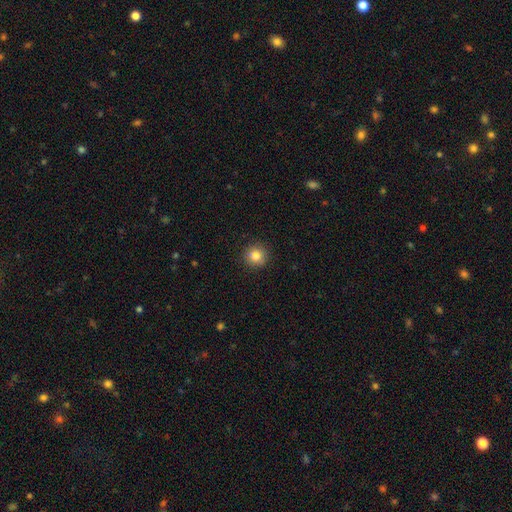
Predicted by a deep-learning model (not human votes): This is clearly a smooth galaxy (83%). How rounded: clearly round (93%). Merging: clearly none (91%).